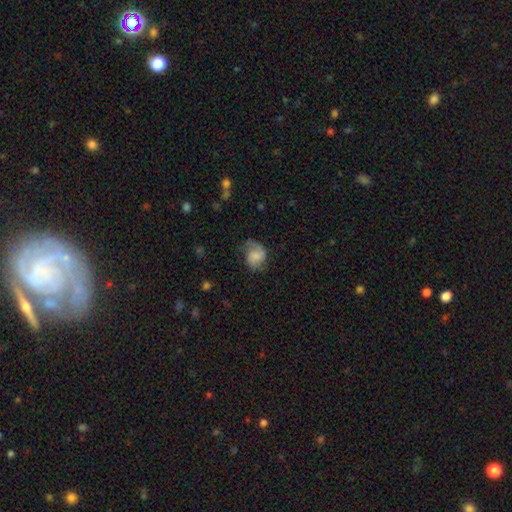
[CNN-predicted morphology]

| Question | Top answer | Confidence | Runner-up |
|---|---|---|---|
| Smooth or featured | smooth | 56% | featured or disk (35%) |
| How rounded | round | 56% | in between (43%) |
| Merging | none | 48% | minor disturbance (30%) |